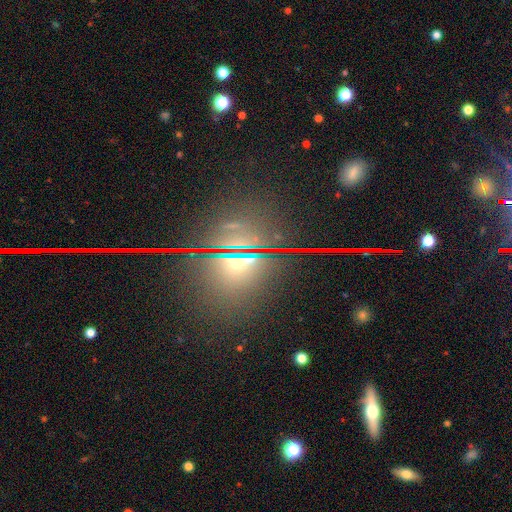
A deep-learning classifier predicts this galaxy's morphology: This is possibly a star or artifact rather than a galaxy (54%).